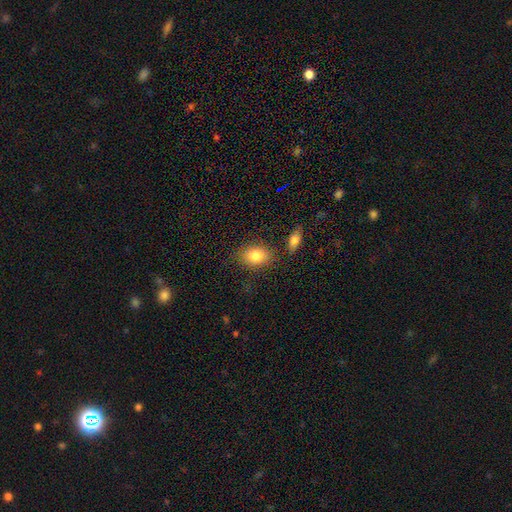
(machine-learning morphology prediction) Q: Smooth or featured?
A: smooth (82%); runner-up: featured or disk (10%)
Q: How rounded?
A: in between (72%); runner-up: round (27%)
Q: Merging?
A: none (78%); runner-up: minor disturbance (13%)